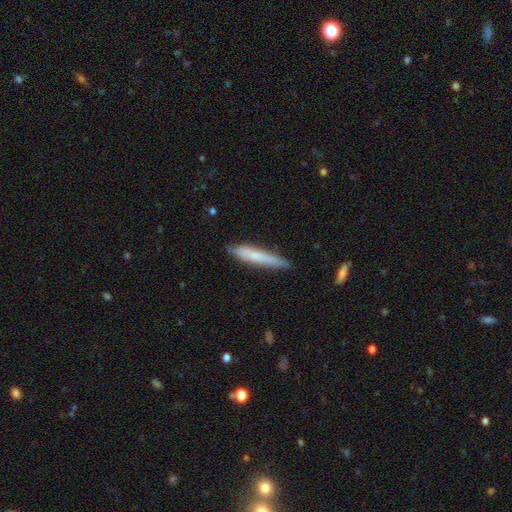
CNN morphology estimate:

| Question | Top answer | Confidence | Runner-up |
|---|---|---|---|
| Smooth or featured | smooth | 69% | featured or disk (25%) |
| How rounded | cigar-shaped | 93% | in between (6%) |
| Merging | none | 80% | minor disturbance (16%) |